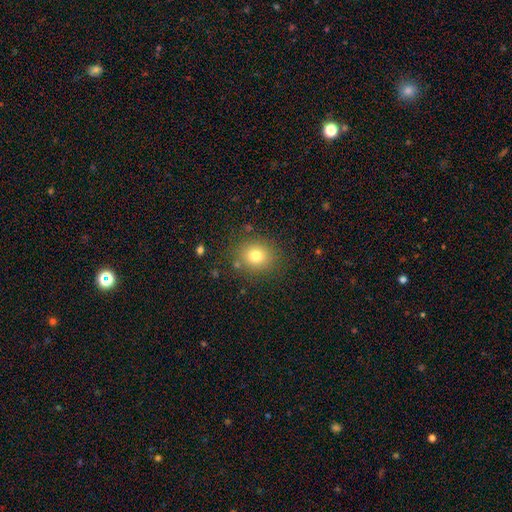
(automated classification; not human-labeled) Smooth or featured? smooth (77%)
How rounded? round (74%)
Merging? none (84%)